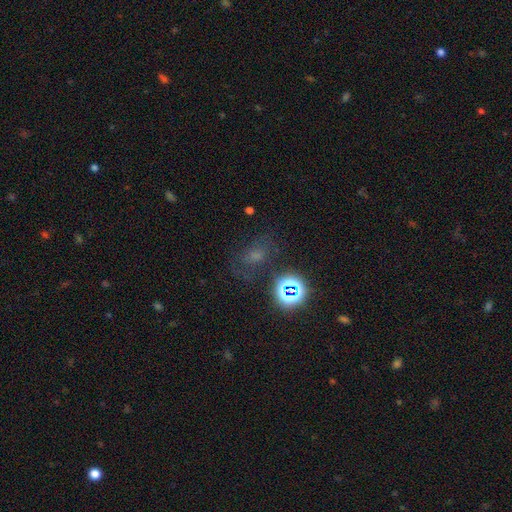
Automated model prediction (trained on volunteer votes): smooth-or-featured: smooth: 44% | star or artifact: 34% | featured or disk: 22%
  merging: none: 58% | minor disturbance: 21% | major disturbance: 16% | merger: 4%